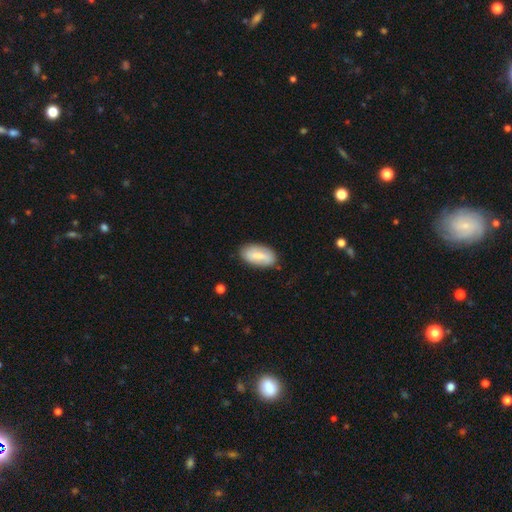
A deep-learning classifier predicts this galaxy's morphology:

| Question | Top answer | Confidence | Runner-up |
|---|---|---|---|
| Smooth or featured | smooth | 68% | featured or disk (26%) |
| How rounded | in between | 91% | cigar-shaped (6%) |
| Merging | none | 81% | minor disturbance (15%) |